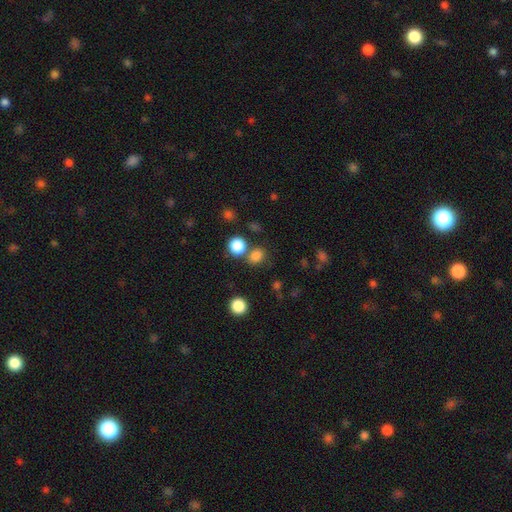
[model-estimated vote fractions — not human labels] This is clearly a smooth galaxy (81%). How rounded: likely round (65%). Merging: likely none (65%).